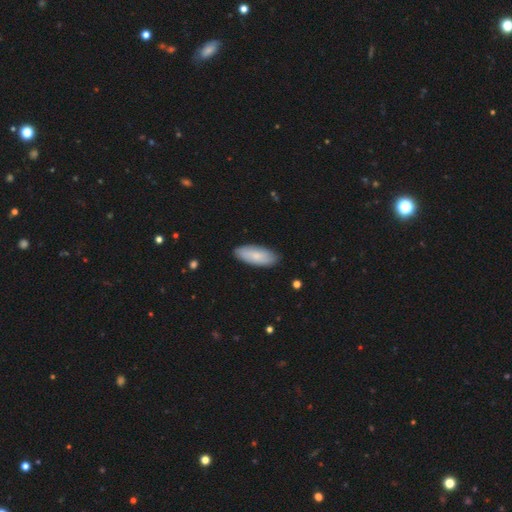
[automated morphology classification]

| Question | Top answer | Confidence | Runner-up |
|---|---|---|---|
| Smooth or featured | smooth | 76% | featured or disk (18%) |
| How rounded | in between | 82% | cigar-shaped (16%) |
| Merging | none | 86% | minor disturbance (11%) |